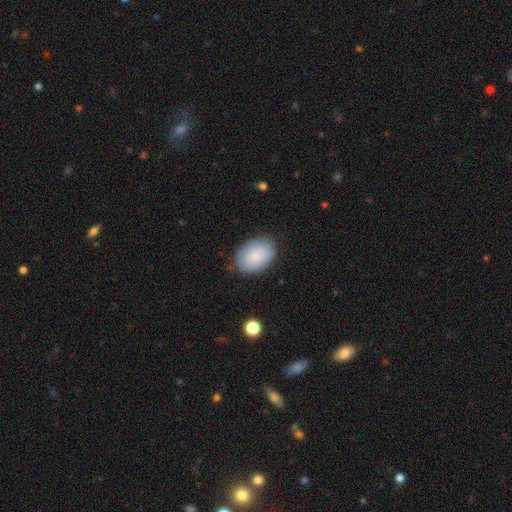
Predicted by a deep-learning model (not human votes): smooth-or-featured: smooth: 76% | featured or disk: 17% | star or artifact: 7%
  how-rounded: in between: 84% | round: 15% | cigar-shaped: 1%
  merging: none: 82% | minor disturbance: 14% | major disturbance: 3% | merger: 1%